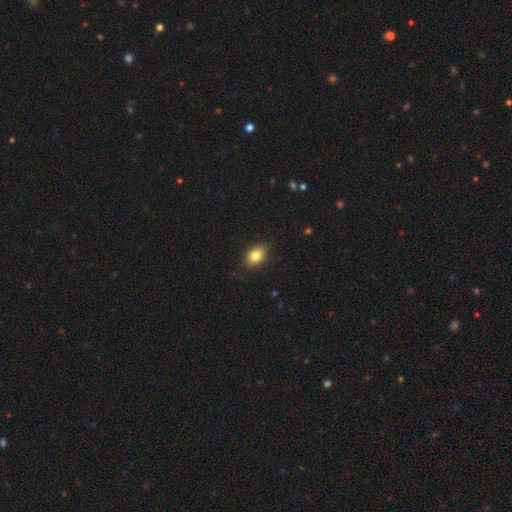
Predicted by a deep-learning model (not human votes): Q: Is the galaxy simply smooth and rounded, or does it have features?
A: smooth — 83%.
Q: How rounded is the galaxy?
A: in between — 80%.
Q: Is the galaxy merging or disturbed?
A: none — 87%.